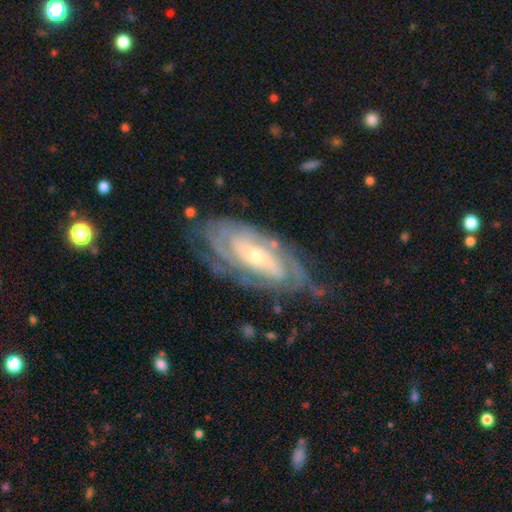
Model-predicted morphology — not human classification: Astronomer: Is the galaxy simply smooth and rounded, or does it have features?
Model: featured or disk — 86%.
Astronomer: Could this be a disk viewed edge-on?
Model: no — 92%.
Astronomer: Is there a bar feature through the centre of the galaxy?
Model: no — 58%.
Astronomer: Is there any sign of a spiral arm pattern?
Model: yes — 94%.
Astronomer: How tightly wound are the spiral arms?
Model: tight — 73%.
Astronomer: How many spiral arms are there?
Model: can't tell — 40% (runner-up: 2, 25%).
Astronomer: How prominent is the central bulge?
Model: small — 58% (runner-up: moderate, 38%).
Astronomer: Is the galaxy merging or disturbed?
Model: none — 71%.